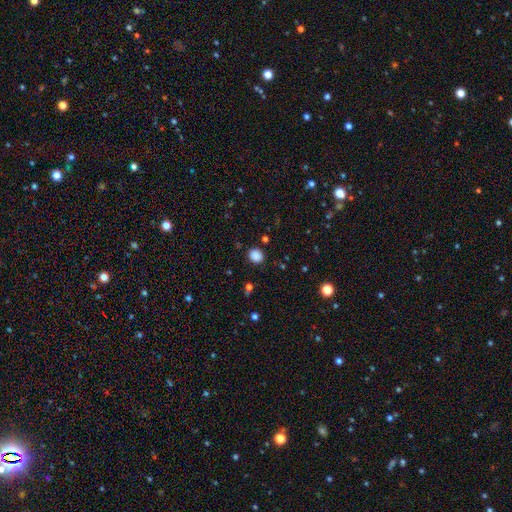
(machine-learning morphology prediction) Smooth or featured? smooth (85%)
How rounded? round (70%)
Merging? none (88%)